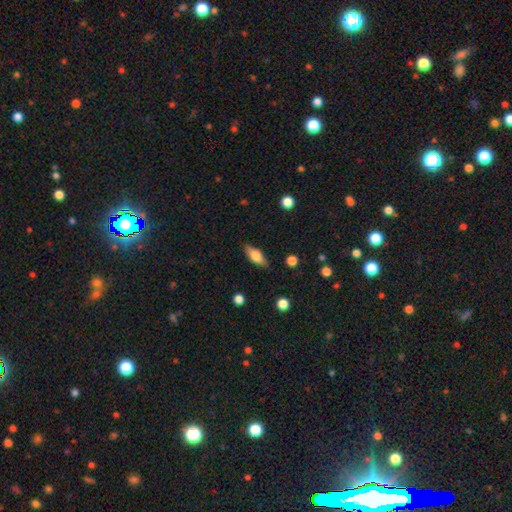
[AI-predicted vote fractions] smooth 58%, featured or disk 34%, star or artifact 7%. Down the decision tree: how rounded — in between (70%); merging — none (84%).